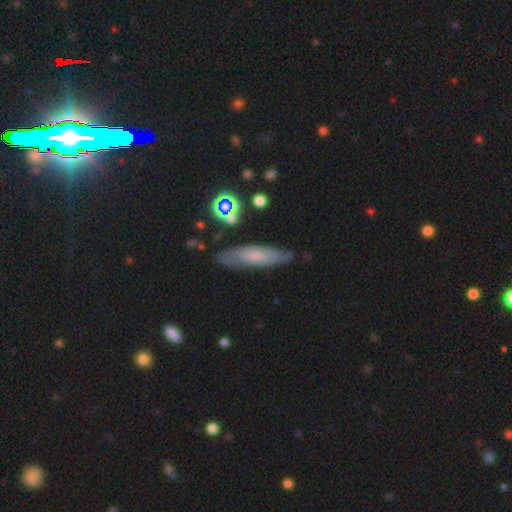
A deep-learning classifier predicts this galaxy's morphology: A smooth galaxy with no disk features (50%) that is cigar-shaped (65%).

Vote fractions:
- Smooth or featured? smooth: 50% / featured or disk: 39% / star or artifact: 11%
- How rounded? cigar-shaped: 65% / in between: 32% / round: 3%
- Merging? none: 77% / minor disturbance: 17% / major disturbance: 4% / merger: 2%